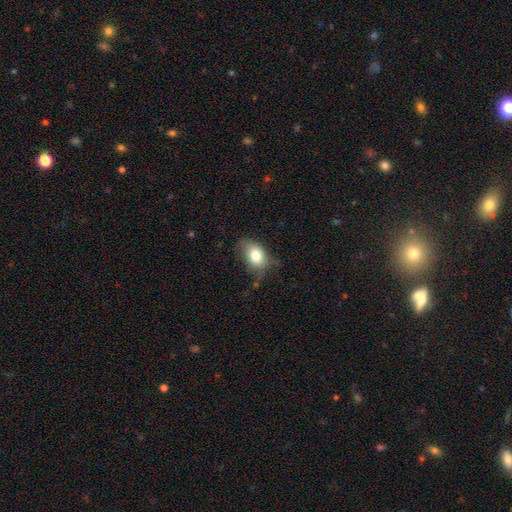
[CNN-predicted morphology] Q: Smooth or featured?
A: smooth (77%); runner-up: featured or disk (14%)
Q: How rounded?
A: in between (79%); runner-up: round (20%)
Q: Merging?
A: none (52%); runner-up: minor disturbance (33%)